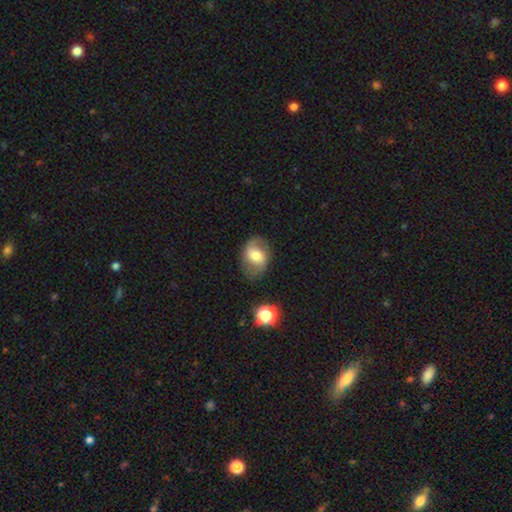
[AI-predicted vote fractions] Q: Smooth or featured?
A: featured or disk (47%); runner-up: smooth (44%)
Q: Merging?
A: none (71%); runner-up: minor disturbance (19%)